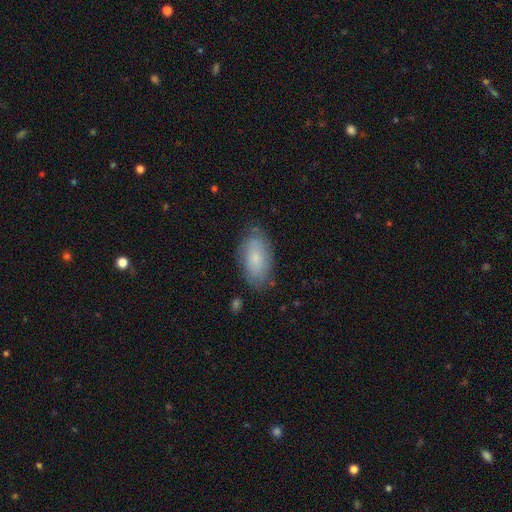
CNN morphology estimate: Smooth or featured? smooth (72%)
How rounded? in between (93%)
Merging? none (73%)